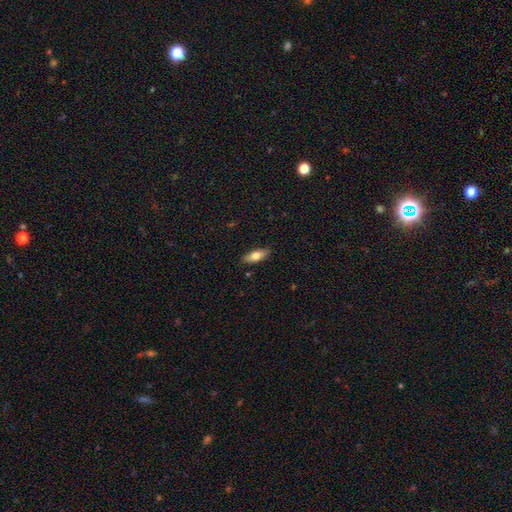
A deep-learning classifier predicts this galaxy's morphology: Smooth or featured: smooth — 73% (featured or disk — 21%)
How rounded: in between — 71% (cigar-shaped — 27%)
Merging: none — 86% (minor disturbance — 11%)